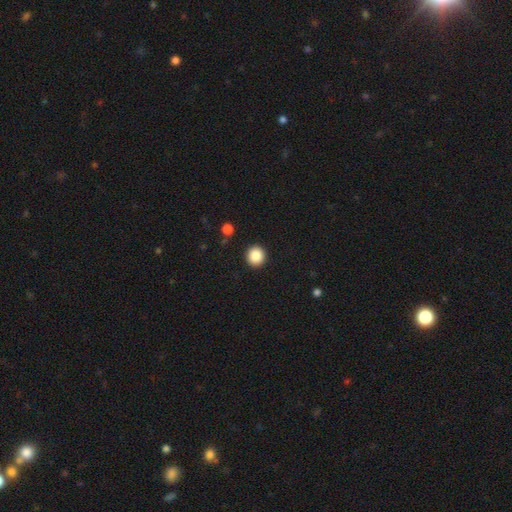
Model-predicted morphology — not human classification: smooth 87%, star or artifact 9%, featured or disk 4%. Down the decision tree: how rounded — round (93%); merging — none (93%).